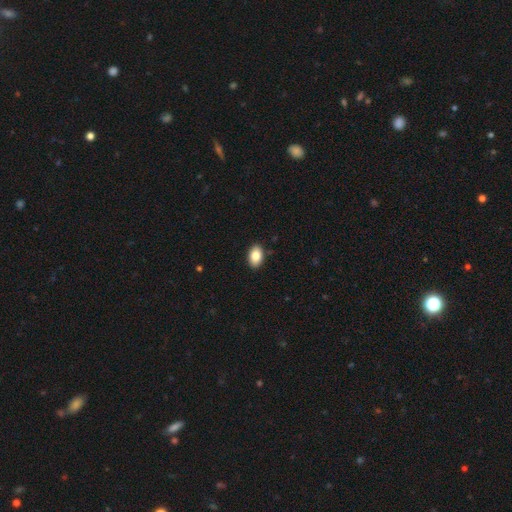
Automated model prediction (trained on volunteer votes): Q: Smooth or featured?
A: smooth (85%); runner-up: star or artifact (8%)
Q: How rounded?
A: in between (89%); runner-up: round (10%)
Q: Merging?
A: none (89%); runner-up: minor disturbance (8%)